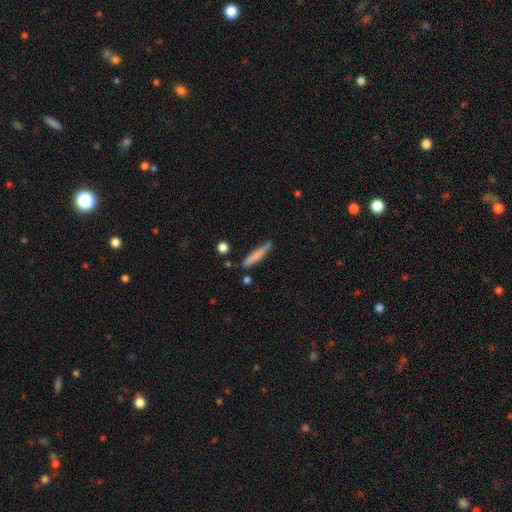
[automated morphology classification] A smooth galaxy with no disk features (77%) that is cigar-shaped (91%). Merging: none (79%).